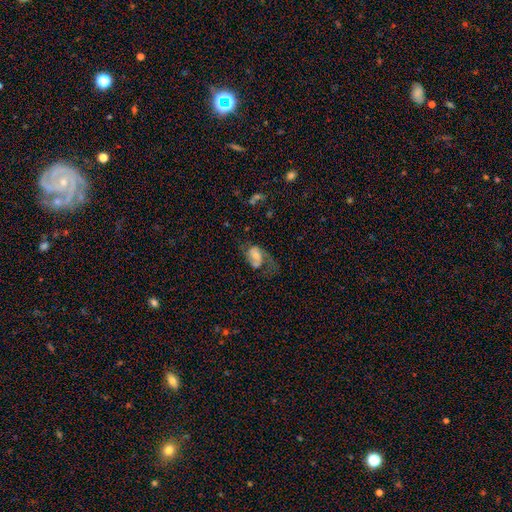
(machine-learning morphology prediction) A featured or disk galaxy (63%) with no bar (58%), 2 (74%) loose (47%) spiral arms (87%) and a moderate central bulge (37%).

Vote fractions:
- Smooth or featured? featured or disk: 63% / smooth: 29% / star or artifact: 8%
- Edge-on disk? no: 97% / yes: 3%
- Bar? no: 58% / weak: 33% / strong: 9%
- Spiral arms? yes: 87% / no: 13%
- Spiral winding? loose: 47% / medium: 40% / tight: 14%
- Spiral arm count? 2: 74% / 1: 17% / can't tell: 6% / 3: 1% / 4: 1% / more than 4: 1%
- Bulge size? moderate: 37% / small: 35% / large: 13% / none: 12% / dominant: 3%
- Merging? none: 38% / major disturbance: 37% / minor disturbance: 23% / merger: 3%